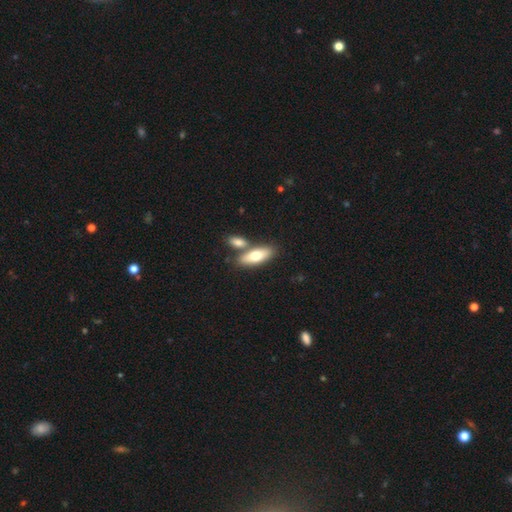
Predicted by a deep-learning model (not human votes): Morphology: type=smooth (69%); roundness=in between (73%); merging=none (57%).